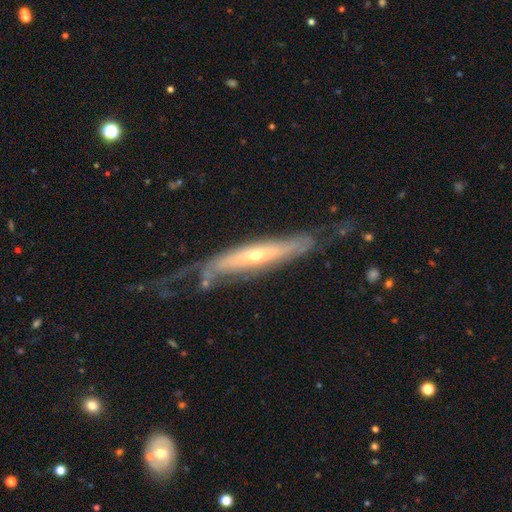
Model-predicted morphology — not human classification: smooth-or-featured: featured or disk: 75% | smooth: 18% | star or artifact: 6%
  disk-edge-on: yes: 57% | no: 43%
  merging: none: 52% | minor disturbance: 25% | major disturbance: 21% | merger: 3%